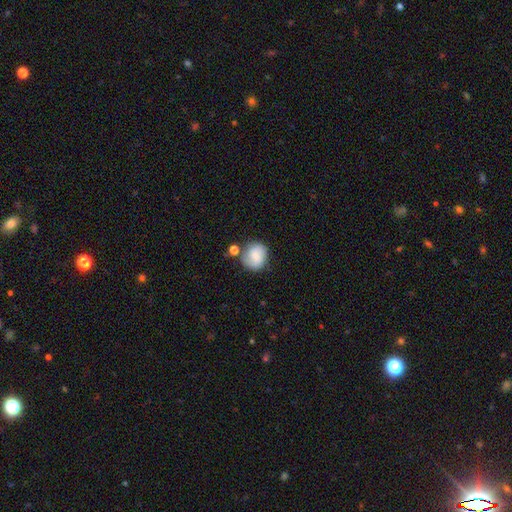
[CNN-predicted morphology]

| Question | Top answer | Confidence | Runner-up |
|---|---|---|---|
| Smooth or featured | smooth | 67% | featured or disk (25%) |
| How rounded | round | 81% | in between (18%) |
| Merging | none | 62% | minor disturbance (19%) |